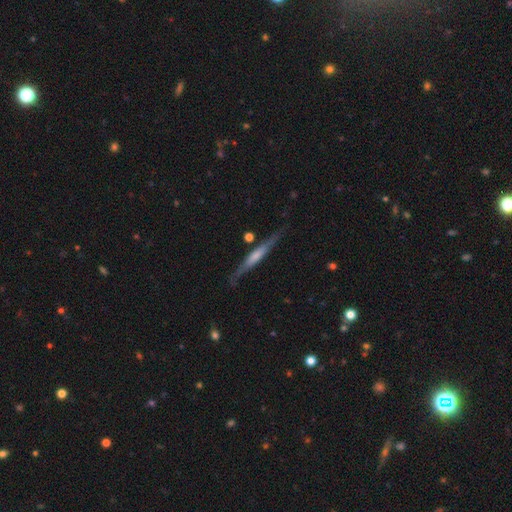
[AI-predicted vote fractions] A featured or disk galaxy (56%) viewed edge-on (92%) with no central bulge (38%).

Vote fractions:
- Smooth or featured? featured or disk: 56% / smooth: 39% / star or artifact: 5%
- Edge-on disk? yes: 92% / no: 8%
- Edge-on bulge? none: 38% / boxy: 31% / rounded: 31%
- Merging? none: 77% / minor disturbance: 16% / major disturbance: 4% / merger: 3%